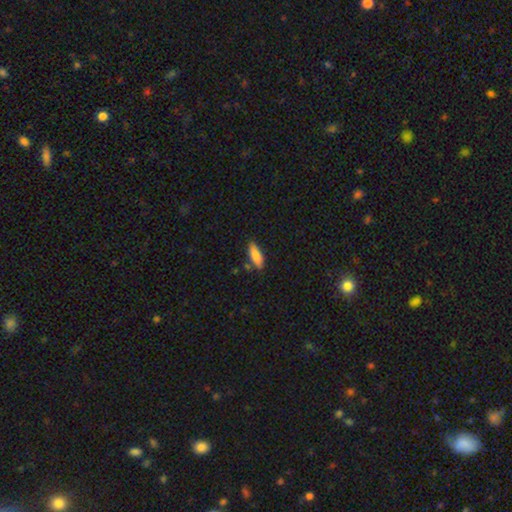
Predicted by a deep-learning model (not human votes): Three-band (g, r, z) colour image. It shows a smooth galaxy with no disk features (82%) that is in between round and cigar-shaped (53%). Merging: none (76%).